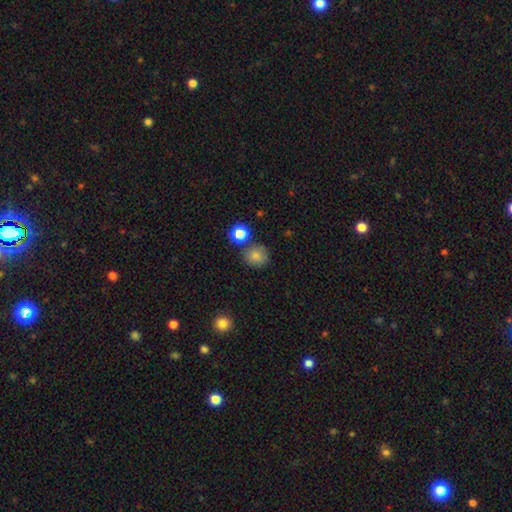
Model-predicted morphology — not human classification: The model was most divided on "merging": none: 78%, minor disturbance: 10%, merger: 8%, major disturbance: 3%. More confident: how rounded — round (86%); smooth or featured — smooth (81%).